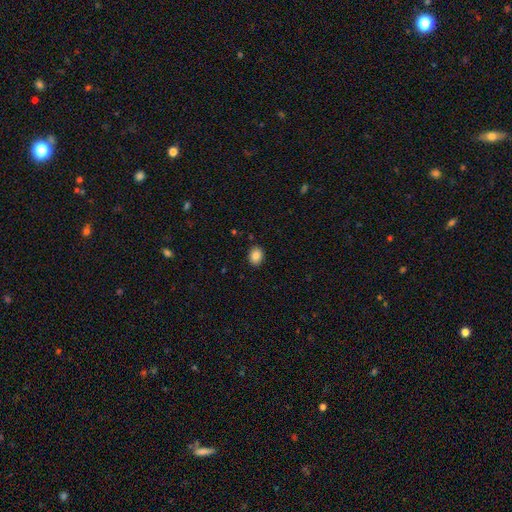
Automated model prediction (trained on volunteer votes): smooth_or_featured: smooth (p=0.86) [alt: star or artifact p=0.09]
how_rounded: in between (p=0.53) [alt: round p=0.46]
merging: none (p=0.89) [alt: minor disturbance p=0.08]